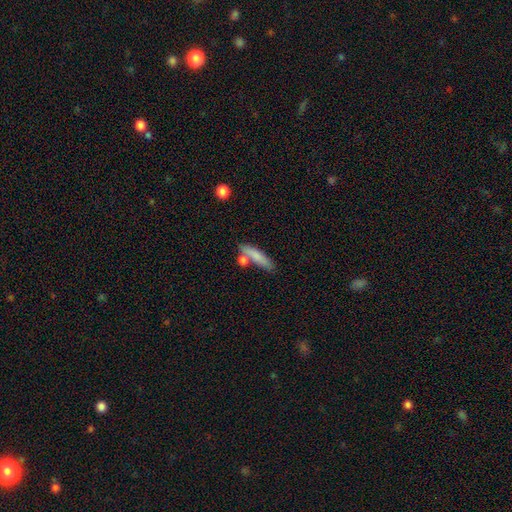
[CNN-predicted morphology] A smooth galaxy with no disk features (76%) that is cigar-shaped (77%).

Vote fractions:
- Smooth or featured? smooth: 76% / featured or disk: 17% / star or artifact: 7%
- How rounded? cigar-shaped: 77% / in between: 20% / round: 3%
- Merging? none: 62% / merger: 18% / minor disturbance: 15% / major disturbance: 5%